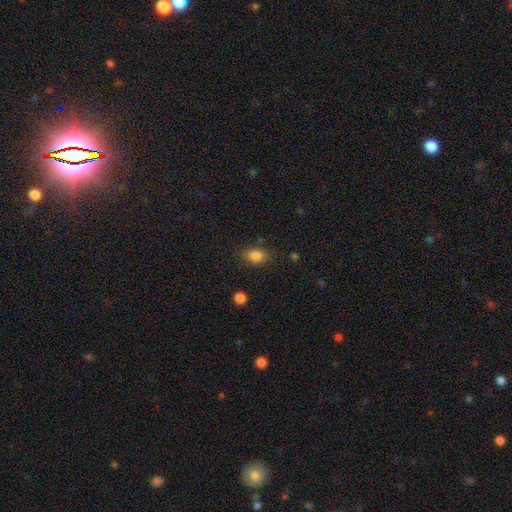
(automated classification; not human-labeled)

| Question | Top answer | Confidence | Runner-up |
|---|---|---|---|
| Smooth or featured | smooth | 85% | star or artifact (10%) |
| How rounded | in between | 66% | round (33%) |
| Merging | none | 80% | minor disturbance (14%) |